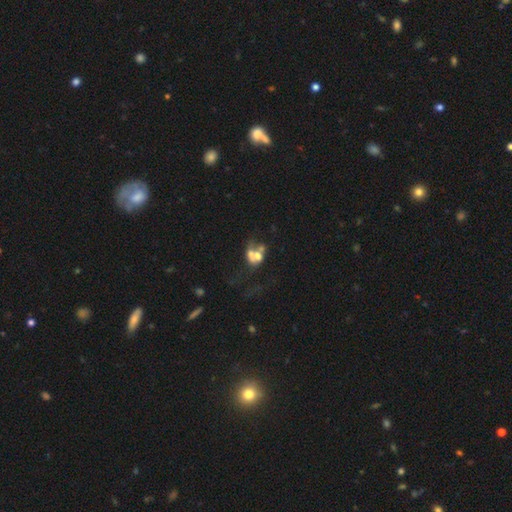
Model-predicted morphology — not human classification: Q: Smooth or featured?
A: smooth (43%); runner-up: featured or disk (41%)
Q: Merging?
A: merger (56%); runner-up: major disturbance (18%)